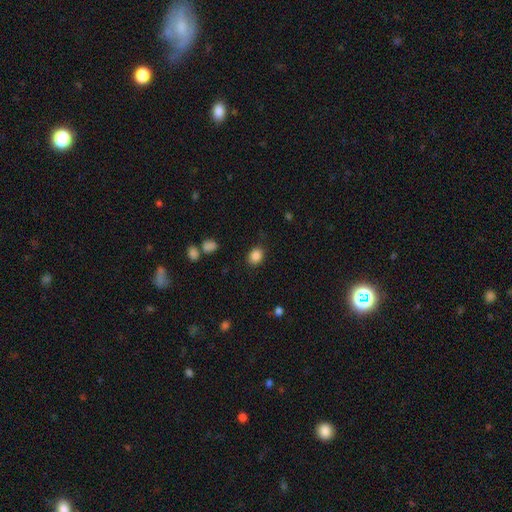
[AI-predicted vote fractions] This is clearly a smooth galaxy (86%). How rounded: possibly round (51%). Merging: clearly none (84%).